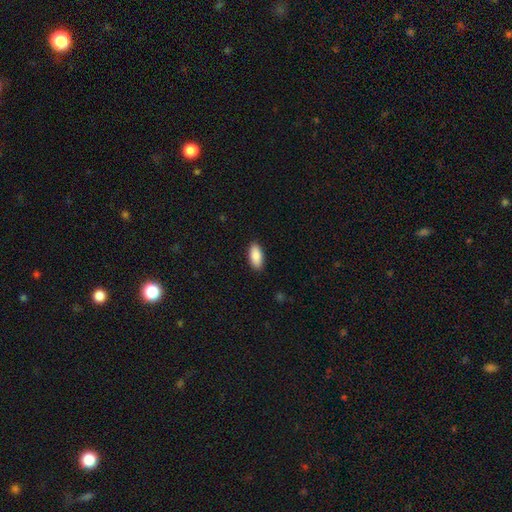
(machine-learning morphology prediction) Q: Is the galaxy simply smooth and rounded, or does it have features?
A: smooth — 90%.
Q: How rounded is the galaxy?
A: in between — 90%.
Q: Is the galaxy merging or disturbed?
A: none — 90%.